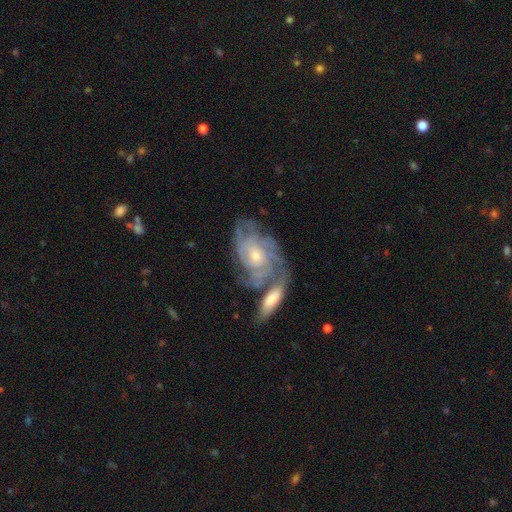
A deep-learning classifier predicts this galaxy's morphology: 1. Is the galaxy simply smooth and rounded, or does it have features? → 84% featured or disk, 9% smooth, 6% star or artifact.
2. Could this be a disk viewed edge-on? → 95% no, 5% yes.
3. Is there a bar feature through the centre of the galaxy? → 70% no, 25% weak, 5% strong.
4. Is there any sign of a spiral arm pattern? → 96% yes, 4% no.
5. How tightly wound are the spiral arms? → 65% tight, 29% medium, 6% loose.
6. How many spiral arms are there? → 31% can't tell, 24% 3, 18% 4, 15% 2, 7% more than 4, 5% 1.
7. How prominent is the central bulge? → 56% small, 39% moderate, 2% large, 2% none, 1% dominant.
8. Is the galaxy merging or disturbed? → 46% none, 33% merger, 14% minor disturbance, 7% major disturbance.